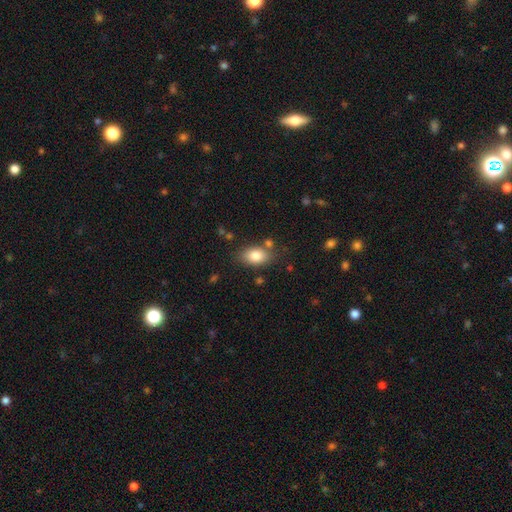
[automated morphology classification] The model was most divided on "merging": none: 75%, minor disturbance: 14%, merger: 6%, major disturbance: 4%. More confident: how rounded — in between (85%); smooth or featured — smooth (82%).